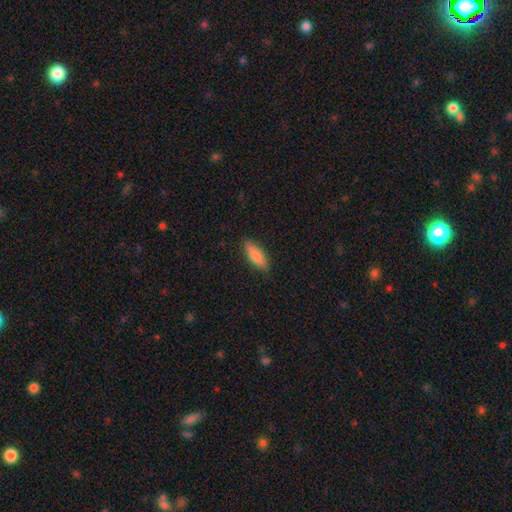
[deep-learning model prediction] Morphology: type=smooth (82%); roundness=in between (62%); merging=none (86%).